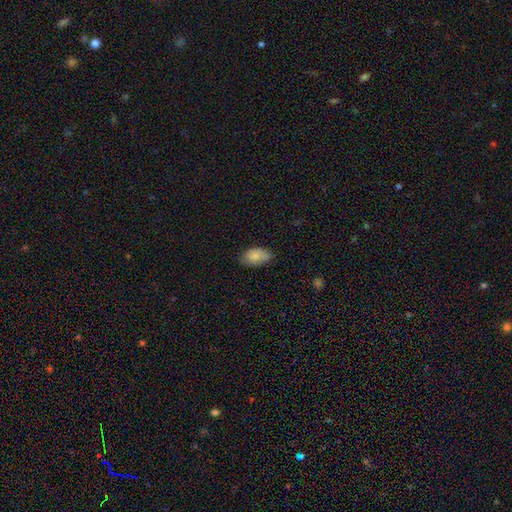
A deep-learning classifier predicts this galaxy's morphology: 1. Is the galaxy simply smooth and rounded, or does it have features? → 82% smooth, 11% featured or disk, 7% star or artifact.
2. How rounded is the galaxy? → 94% in between, 5% round, 2% cigar-shaped.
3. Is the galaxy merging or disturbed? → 72% none, 23% minor disturbance, 4% major disturbance, 1% merger.